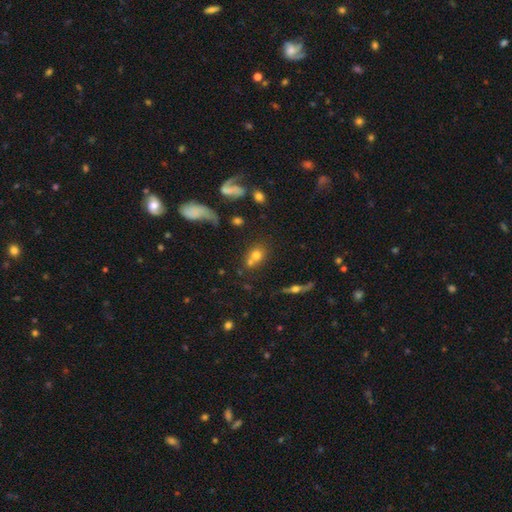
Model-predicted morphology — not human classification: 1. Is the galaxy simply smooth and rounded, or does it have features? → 68% smooth, 17% featured or disk, 15% star or artifact.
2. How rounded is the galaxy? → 65% round, 33% in between, 2% cigar-shaped.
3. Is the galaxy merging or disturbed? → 43% merger, 41% none, 10% minor disturbance, 6% major disturbance.